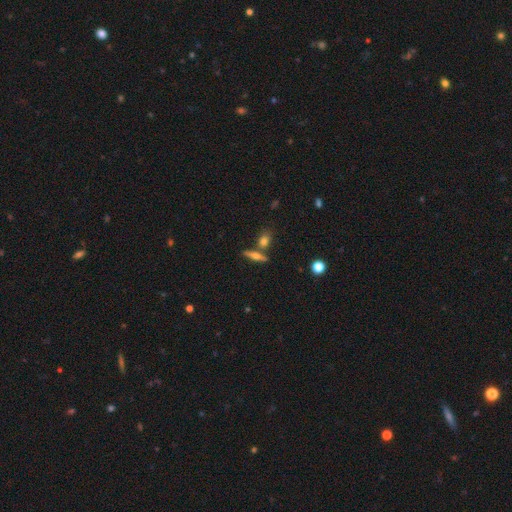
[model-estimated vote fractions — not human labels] A featured or disk galaxy (57%) viewed edge-on (94%) with a rounded central bulge (92%). Merging: none (72%).